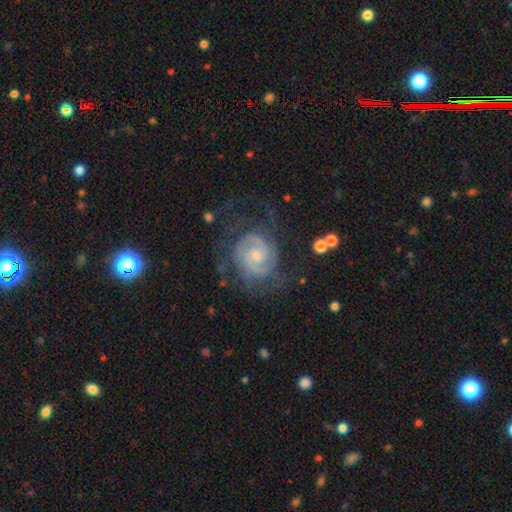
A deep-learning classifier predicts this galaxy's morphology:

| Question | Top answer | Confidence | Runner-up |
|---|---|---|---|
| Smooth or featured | featured or disk | 87% | smooth (7%) |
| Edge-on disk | no | 98% | yes (2%) |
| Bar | no | 62% | weak (32%) |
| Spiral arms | yes | 97% | no (3%) |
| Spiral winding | tight | 60% | medium (32%) |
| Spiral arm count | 2 | 63% | can't tell (15%) |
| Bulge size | small | 60% | moderate (34%) |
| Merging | none | 62% | minor disturbance (19%) |